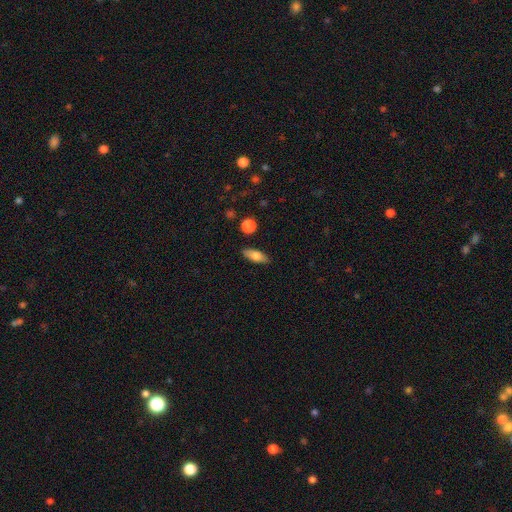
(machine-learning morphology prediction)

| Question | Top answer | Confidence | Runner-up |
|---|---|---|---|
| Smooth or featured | smooth | 70% | featured or disk (23%) |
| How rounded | in between | 69% | cigar-shaped (27%) |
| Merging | none | 86% | minor disturbance (10%) |